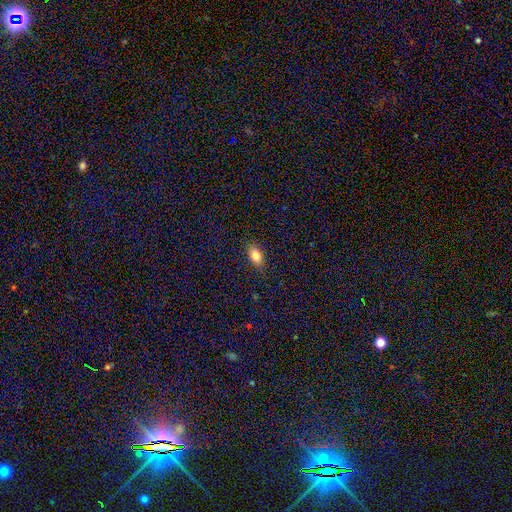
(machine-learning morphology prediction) Smooth or featured? Predicted: smooth (p=0.81). How rounded? Predicted: in between (p=0.88). Merging? Predicted: none (p=0.88).